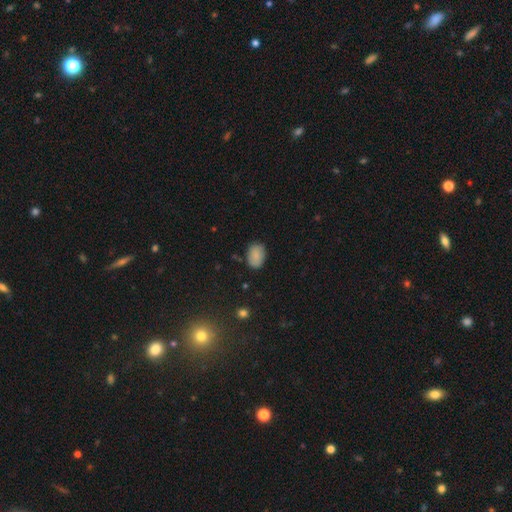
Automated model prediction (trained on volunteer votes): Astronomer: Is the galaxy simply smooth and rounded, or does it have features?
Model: smooth — 86%.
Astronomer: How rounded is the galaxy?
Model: in between — 84%.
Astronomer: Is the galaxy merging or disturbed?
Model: none — 81%.